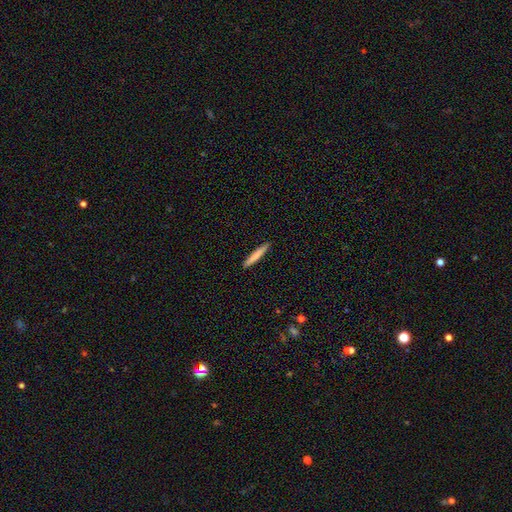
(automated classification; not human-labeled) smooth-or-featured: smooth: 78% | featured or disk: 17% | star or artifact: 6%
  how-rounded: cigar-shaped: 95% | in between: 4% | round: 1%
  merging: none: 92% | minor disturbance: 6% | major disturbance: 1% | merger: 1%